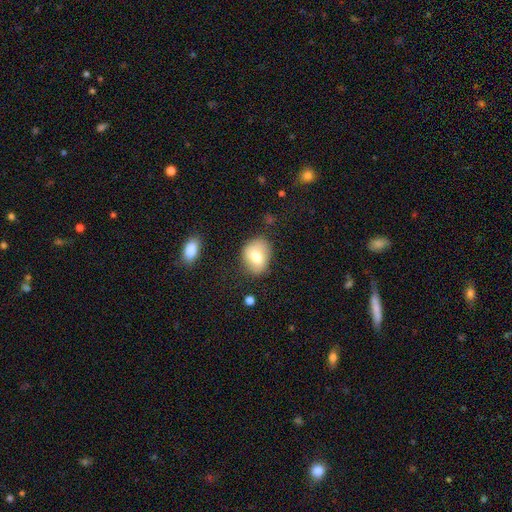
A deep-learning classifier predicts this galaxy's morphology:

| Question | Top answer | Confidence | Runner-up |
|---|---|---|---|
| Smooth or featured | smooth | 75% | featured or disk (17%) |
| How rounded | in between | 59% | round (40%) |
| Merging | none | 69% | minor disturbance (22%) |